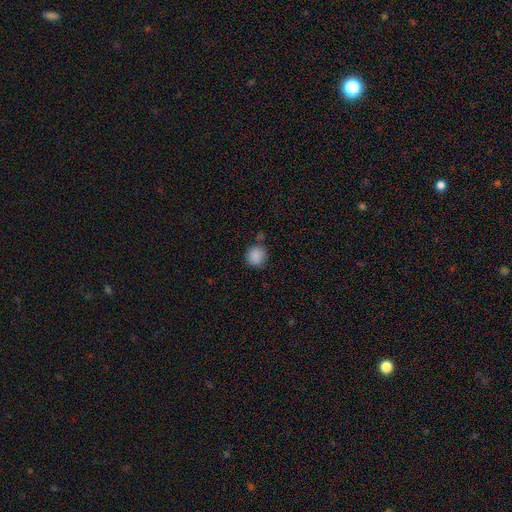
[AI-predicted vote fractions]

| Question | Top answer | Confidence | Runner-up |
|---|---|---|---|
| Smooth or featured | smooth | 88% | star or artifact (9%) |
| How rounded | round | 91% | in between (8%) |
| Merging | none | 77% | minor disturbance (14%) |